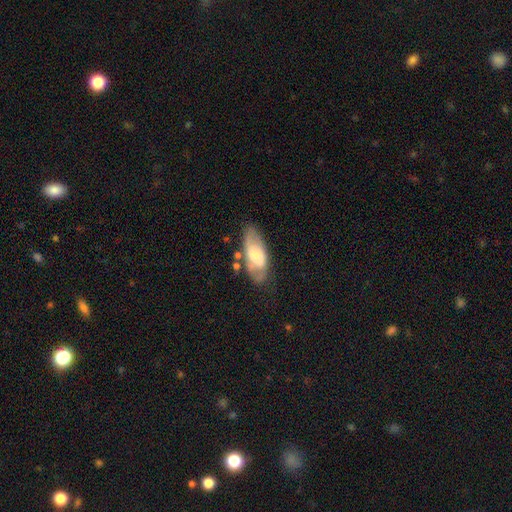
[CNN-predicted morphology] Smooth or featured? featured or disk (50%)
Merging? none (62%)